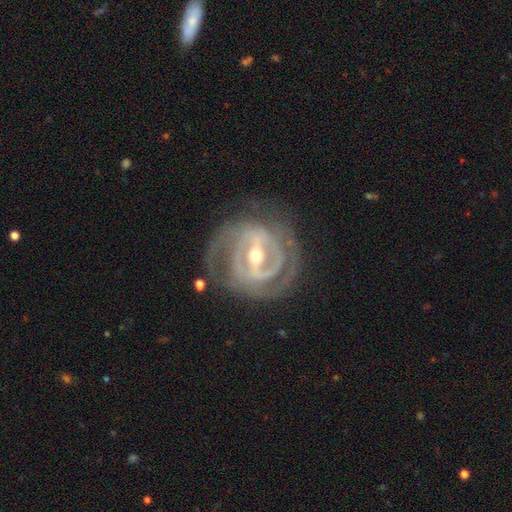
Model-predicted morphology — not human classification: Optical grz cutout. It shows a featured or disk galaxy (91%) with a strong bar (70%), 2 (38%) tight (70%) spiral arms (92%) and a moderate central bulge (55%). Merging: none (75%).